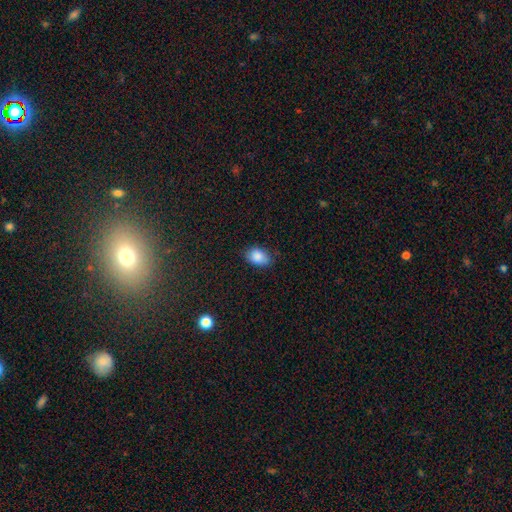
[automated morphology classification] A smooth galaxy with no disk features (87%) that is in between round and cigar-shaped (84%).

Vote fractions:
- Smooth or featured? smooth: 87% / star or artifact: 8% / featured or disk: 5%
- How rounded? in between: 84% / round: 15% / cigar-shaped: 1%
- Merging? none: 79% / minor disturbance: 17% / major disturbance: 3% / merger: 1%